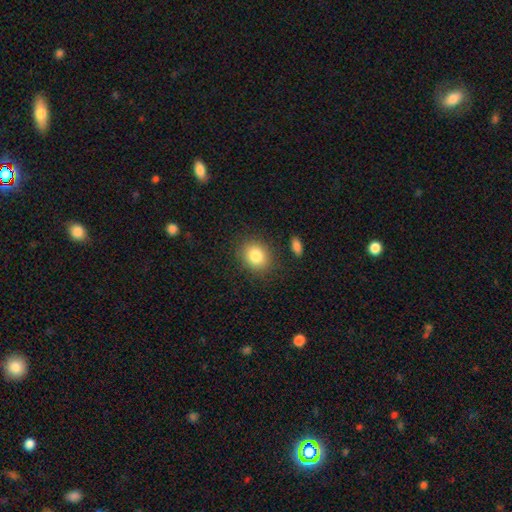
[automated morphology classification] This is clearly a smooth galaxy (83%). How rounded: likely round (61%). Merging: clearly none (85%).